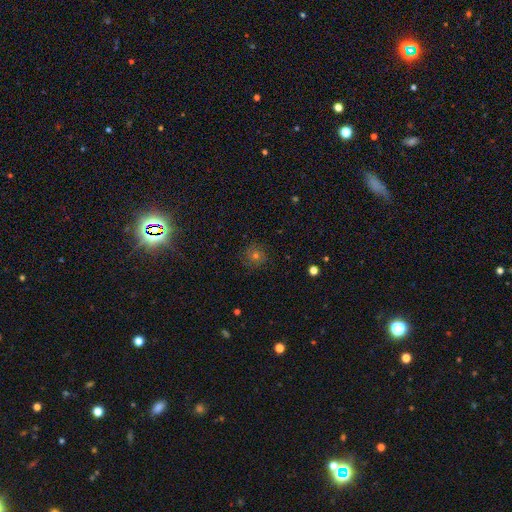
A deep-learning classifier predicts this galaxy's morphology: type=smooth (45%); merging=none (84%).